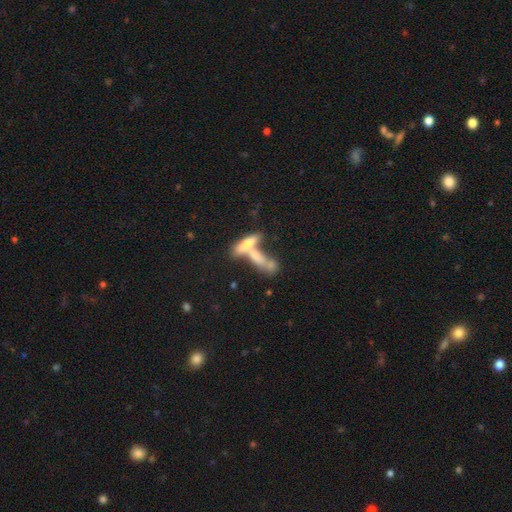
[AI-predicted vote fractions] smooth_or_featured: smooth (p=0.54) [alt: featured or disk p=0.36]
how_rounded: cigar-shaped (p=0.63) [alt: in between p=0.33]
merging: merger (p=0.59) [alt: none p=0.26]